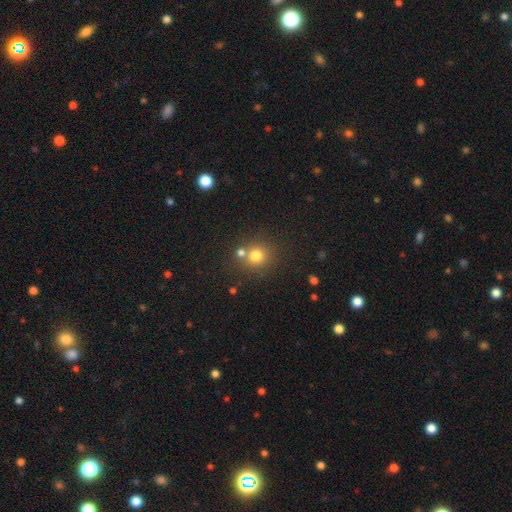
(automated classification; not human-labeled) A smooth galaxy with no disk features (76%) that is round (88%).

Vote fractions:
- Smooth or featured? smooth: 76% / star or artifact: 15% / featured or disk: 9%
- How rounded? round: 88% / in between: 11% / cigar-shaped: 1%
- Merging? none: 65% / merger: 24% / minor disturbance: 8% / major disturbance: 3%